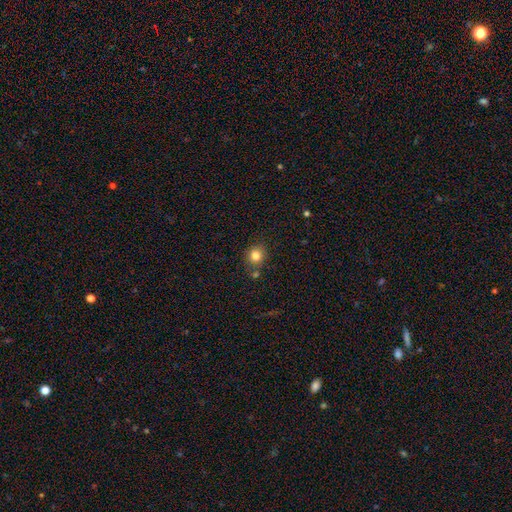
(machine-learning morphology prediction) This appears to be a smooth galaxy with no disk features (82%) that is round (83%). Merging: none (78%).